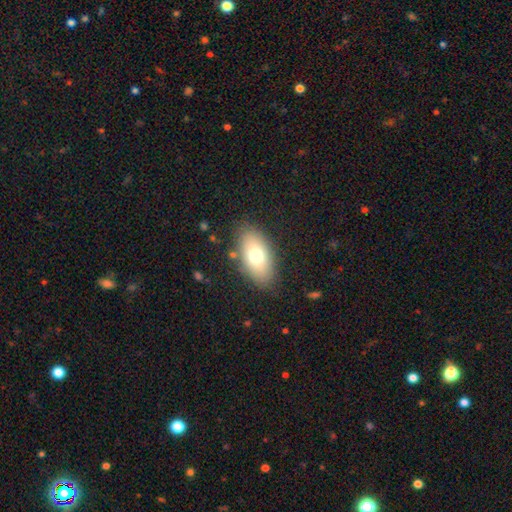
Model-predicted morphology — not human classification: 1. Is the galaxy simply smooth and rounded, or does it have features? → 72% smooth, 20% featured or disk, 8% star or artifact.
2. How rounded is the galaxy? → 91% in between, 5% round, 4% cigar-shaped.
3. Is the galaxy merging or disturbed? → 83% none, 11% minor disturbance, 4% major disturbance, 2% merger.